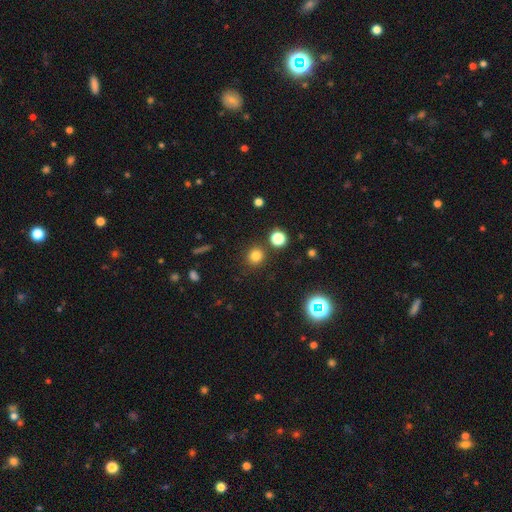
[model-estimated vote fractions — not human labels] This appears to be a smooth galaxy with no disk features (79%) that is round (90%). Merging: none (85%).